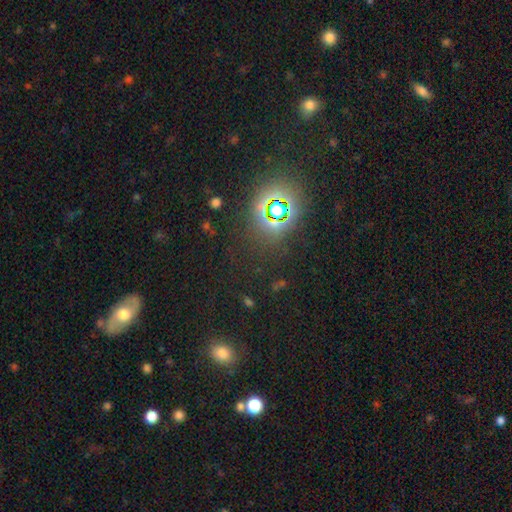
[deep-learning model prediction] Smooth or featured? star or artifact (63%)